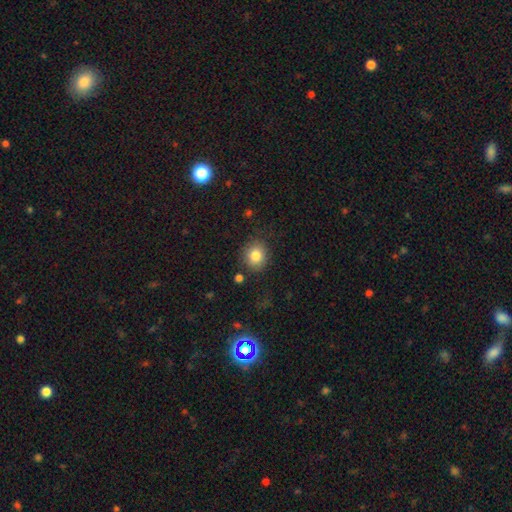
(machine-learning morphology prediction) The model was most divided on "how rounded": round: 72%, in between: 27%, cigar-shaped: 1%. More confident: merging — none (83%); smooth or featured — smooth (82%).